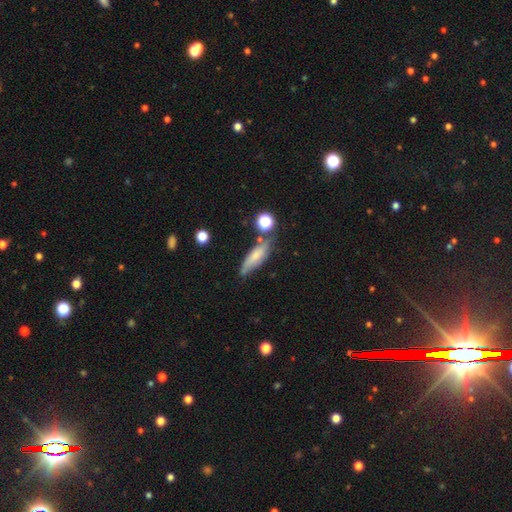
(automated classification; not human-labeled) smooth_or_featured: smooth (p=0.61) [alt: featured or disk p=0.29]
how_rounded: cigar-shaped (p=0.51) [alt: in between p=0.46]
merging: none (p=0.59) [alt: minor disturbance p=0.24]